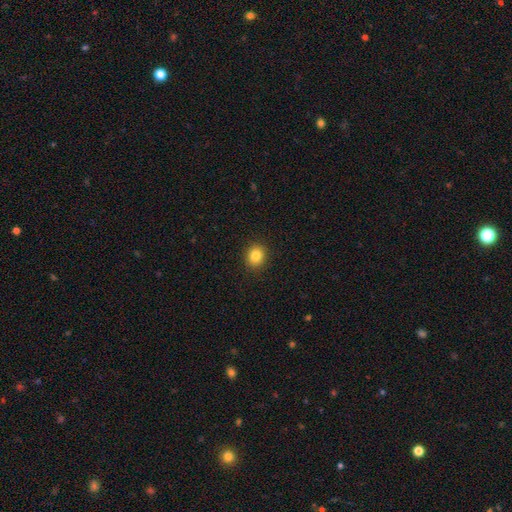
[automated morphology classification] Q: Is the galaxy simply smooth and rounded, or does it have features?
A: smooth — 84%.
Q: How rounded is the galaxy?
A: round — 73%.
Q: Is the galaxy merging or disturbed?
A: none — 91%.